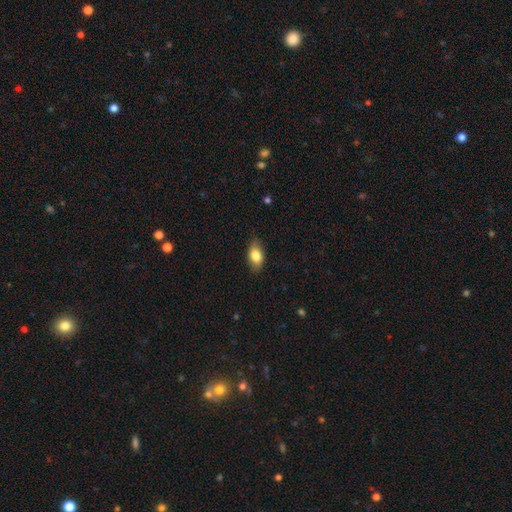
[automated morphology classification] type=smooth (81%); roundness=in between (88%); merging=none (82%).